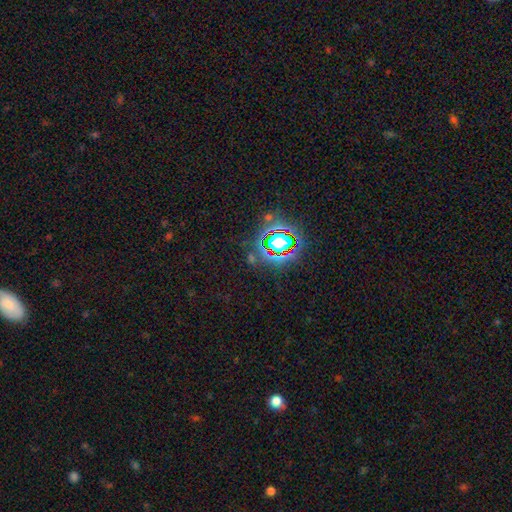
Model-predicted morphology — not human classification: Smooth or featured?
  - star or artifact: 80% *
  - smooth: 11%
  - featured or disk: 9%